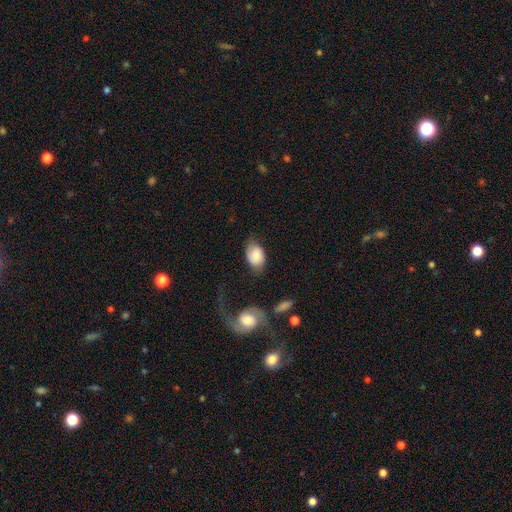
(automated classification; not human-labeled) smooth_or_featured: smooth (p=0.70) [alt: featured or disk p=0.23]
how_rounded: in between (p=0.82) [alt: round p=0.17]
merging: none (p=0.53) [alt: minor disturbance p=0.26]